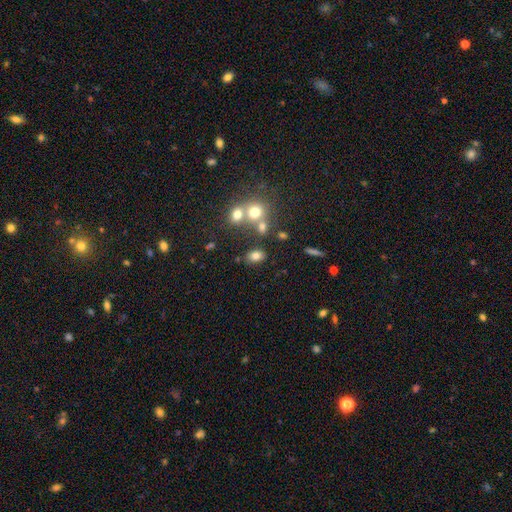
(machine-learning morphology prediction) smooth_or_featured: smooth (p=0.77) [alt: star or artifact p=0.14]
how_rounded: in between (p=0.77) [alt: round p=0.21]
merging: none (p=0.72) [alt: minor disturbance p=0.12]